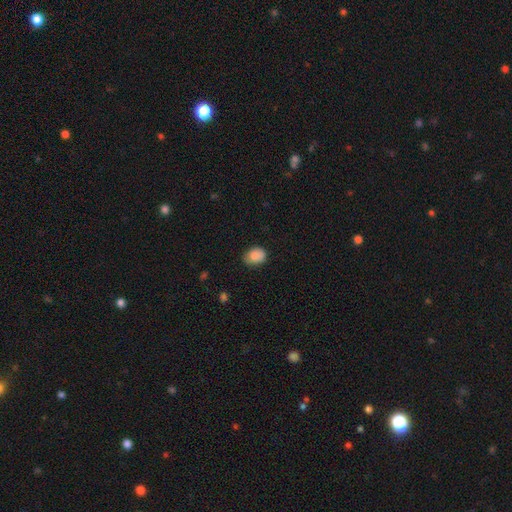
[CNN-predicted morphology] The model was most divided on "how rounded": in between: 58%, round: 41%, cigar-shaped: 1%. More confident: smooth or featured — smooth (84%); merging — none (72%).